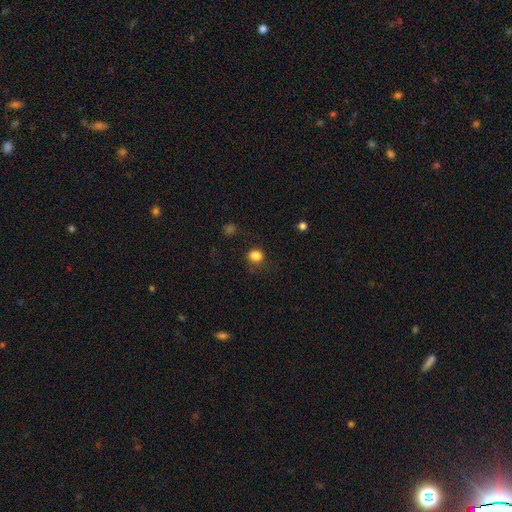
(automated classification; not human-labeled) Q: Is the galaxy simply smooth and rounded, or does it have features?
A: smooth — 84%.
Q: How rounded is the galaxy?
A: round — 65%.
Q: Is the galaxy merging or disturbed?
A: none — 73%.